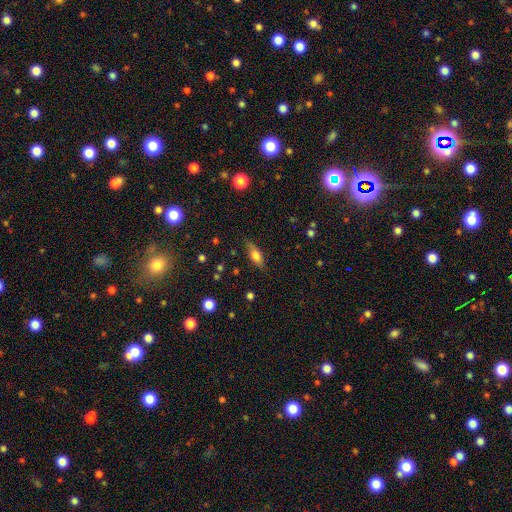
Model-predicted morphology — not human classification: type=smooth (60%); roundness=in between (65%); merging=none (78%).